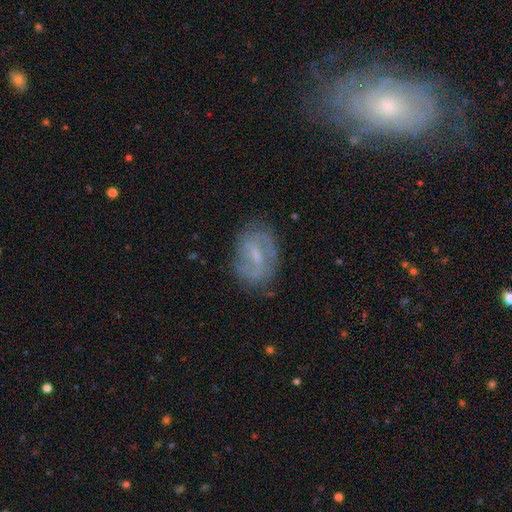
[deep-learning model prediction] The model was most divided on "spiral winding": medium: 42%, loose: 30%, tight: 28%. More confident: edge-on disk — no (96%); spiral arms — yes (79%); merging — none (73%); smooth or featured — featured or disk (67%); spiral arm count — 2 (65%); bar — weak (57%); bulge size — small (57%).